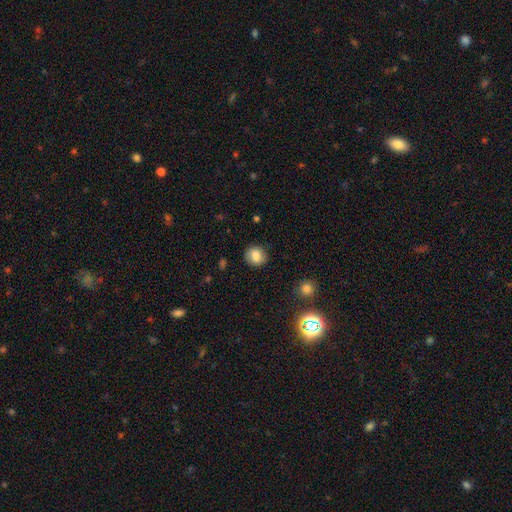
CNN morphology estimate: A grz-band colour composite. It shows a smooth galaxy with no disk features (81%) that is round (79%). Merging: none (87%).